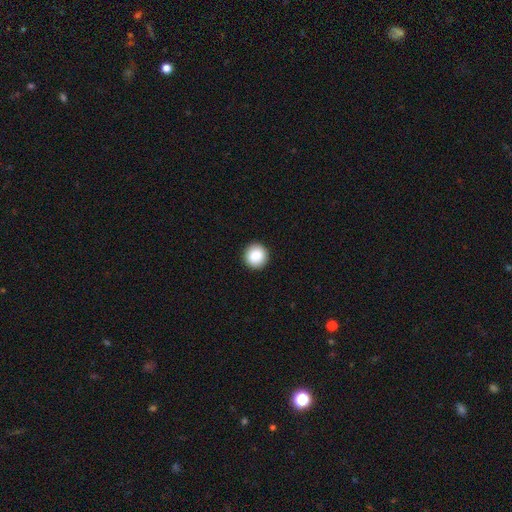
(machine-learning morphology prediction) Smooth or featured? smooth (87%)
How rounded? round (94%)
Merging? none (93%)